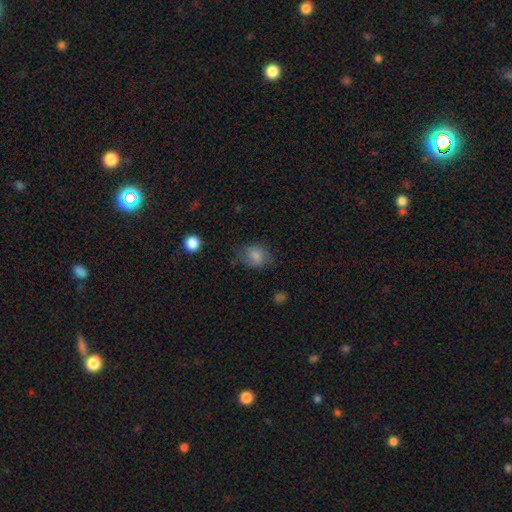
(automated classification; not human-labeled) A smooth galaxy with no disk features (82%) that is in between round and cigar-shaped (50%). Merging: none (65%).